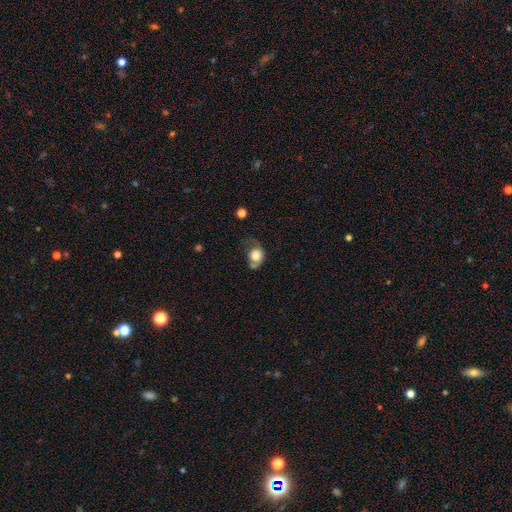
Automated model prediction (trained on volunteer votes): This appears to be a smooth galaxy with no disk features (74%) that is round (57%). Merging: none (31%).